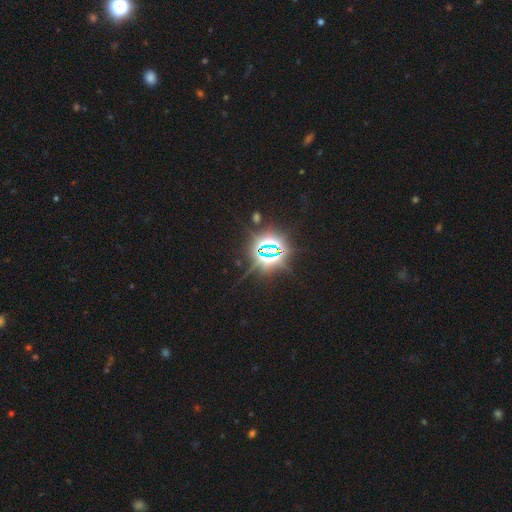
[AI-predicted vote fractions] star or artifact 85%, smooth 8%, featured or disk 7%.